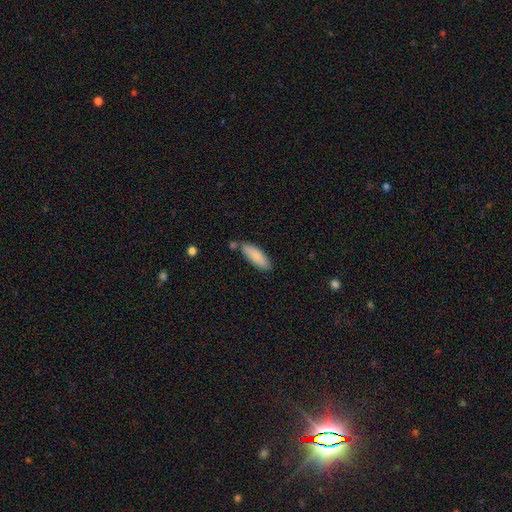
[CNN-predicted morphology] Q: Smooth or featured?
A: smooth (87%); runner-up: featured or disk (7%)
Q: How rounded?
A: in between (65%); runner-up: cigar-shaped (33%)
Q: Merging?
A: none (74%); runner-up: minor disturbance (15%)